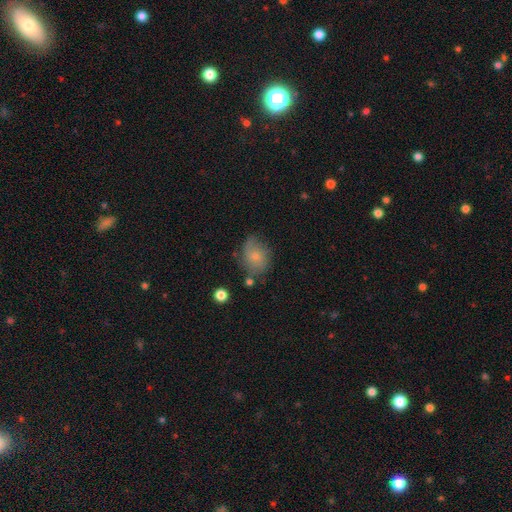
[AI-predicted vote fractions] Smooth or featured: smooth — 55% (featured or disk — 33%)
How rounded: in between — 52% (round — 46%)
Merging: none — 63% (minor disturbance — 25%)